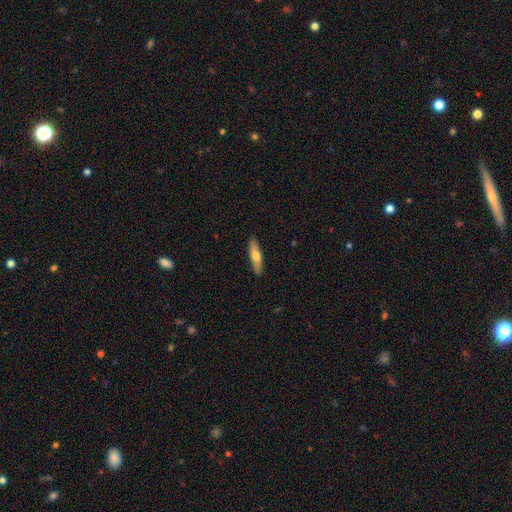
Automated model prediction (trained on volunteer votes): smooth-or-featured: smooth: 62% | featured or disk: 33% | star or artifact: 6%
  how-rounded: cigar-shaped: 76% | in between: 22% | round: 2%
  merging: none: 89% | minor disturbance: 9% | major disturbance: 2% | merger: 1%